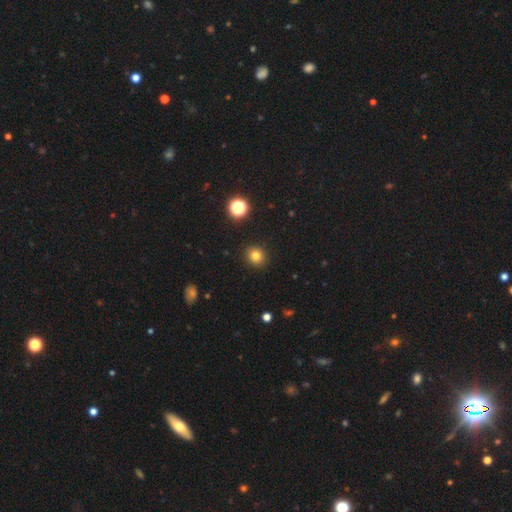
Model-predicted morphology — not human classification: The model was most divided on "smooth or featured": smooth: 81%, star or artifact: 14%, featured or disk: 5%. More confident: merging — none (92%); how rounded — round (85%).